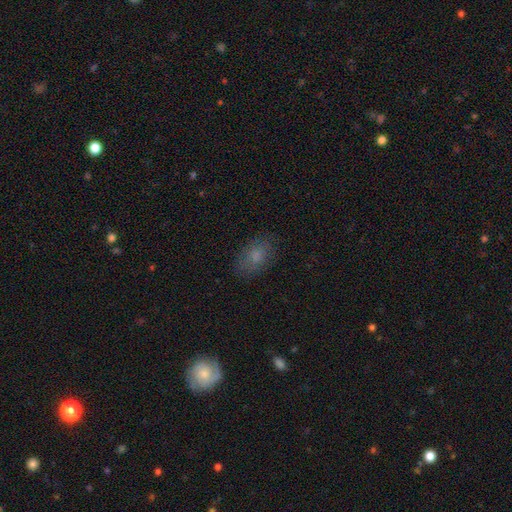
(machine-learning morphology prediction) Overall: smooth (74%). How rounded: in between (86%). Merging: none (78%).